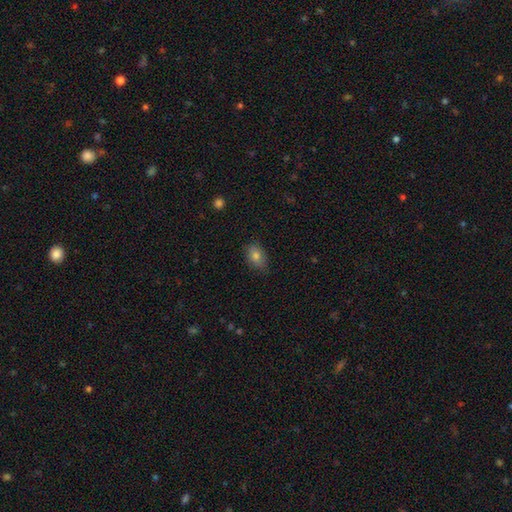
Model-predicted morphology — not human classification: smooth_or_featured: smooth (p=0.78) [alt: featured or disk p=0.11]
how_rounded: in between (p=0.80) [alt: round p=0.19]
merging: none (p=0.76) [alt: minor disturbance p=0.20]